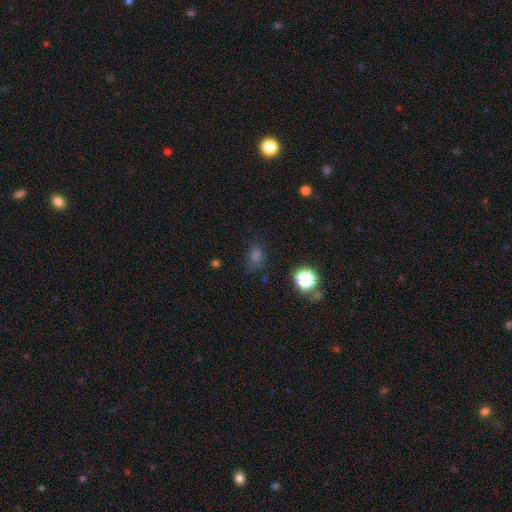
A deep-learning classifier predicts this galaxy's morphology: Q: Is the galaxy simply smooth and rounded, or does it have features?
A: smooth — 59%.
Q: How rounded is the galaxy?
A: round — 51%.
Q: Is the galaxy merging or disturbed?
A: none — 69%.